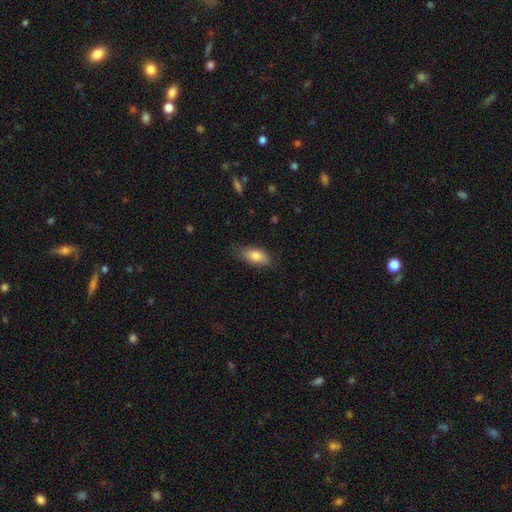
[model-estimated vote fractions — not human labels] Smooth or featured? Predicted: smooth (p=0.82). How rounded? Predicted: in between (p=0.86). Merging? Predicted: none (p=0.72).